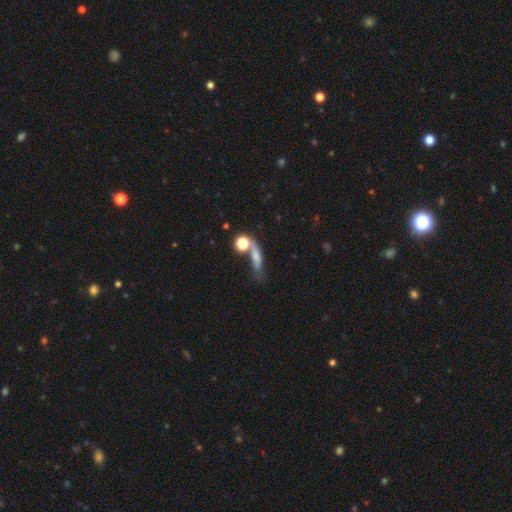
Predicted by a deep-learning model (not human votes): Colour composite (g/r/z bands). It shows a smooth galaxy with no disk features (65%) that is cigar-shaped (43%). Merging: none (40%).